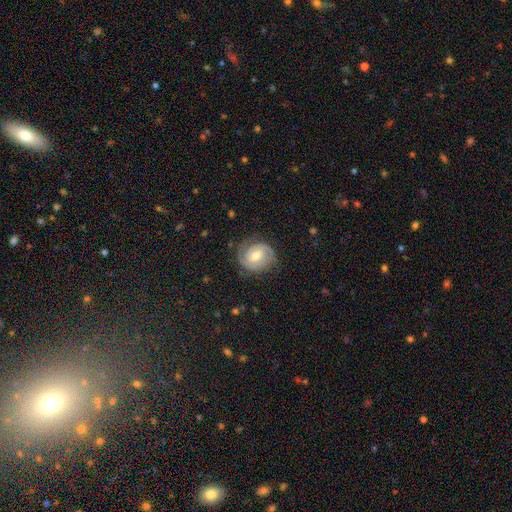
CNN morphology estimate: This appears to be a featured or disk galaxy (84%) with no bar (49%), 2 (82%) tight (68%) spiral arms (96%) and a moderate central bulge (72%). Merging: none (80%).